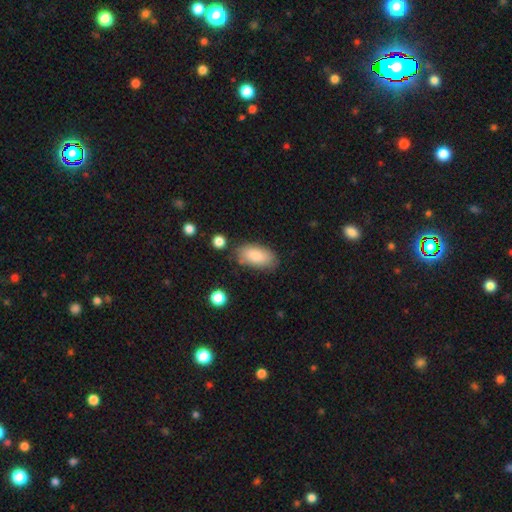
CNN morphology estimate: type=smooth (85%); roundness=in between (92%); merging=none (76%).